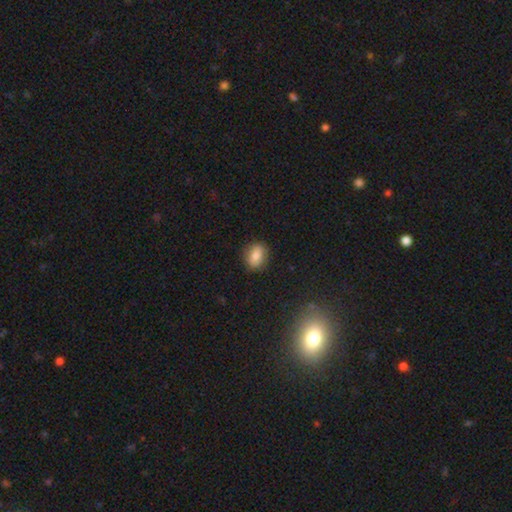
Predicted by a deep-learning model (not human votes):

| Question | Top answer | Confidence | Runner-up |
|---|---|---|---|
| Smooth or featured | smooth | 81% | featured or disk (10%) |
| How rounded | in between | 65% | round (32%) |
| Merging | none | 85% | minor disturbance (11%) |